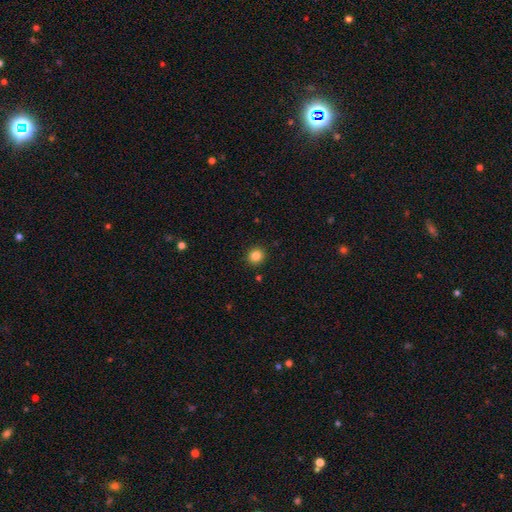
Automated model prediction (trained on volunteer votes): This is clearly a smooth galaxy (84%). How rounded: clearly round (91%). Merging: clearly none (91%).